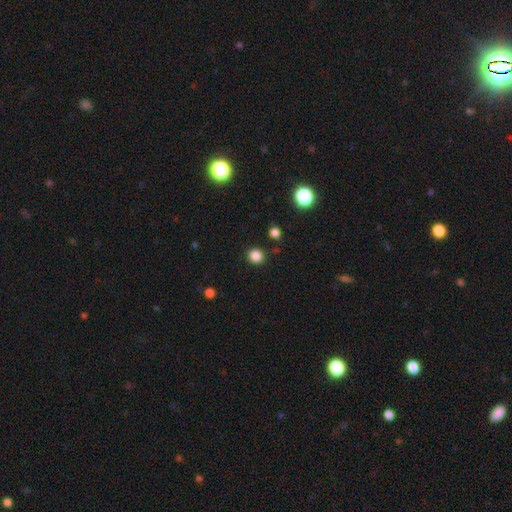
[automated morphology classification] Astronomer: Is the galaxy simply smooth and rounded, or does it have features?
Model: smooth — 84%.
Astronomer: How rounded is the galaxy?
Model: round — 88%.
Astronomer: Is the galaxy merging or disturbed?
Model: none — 88%.